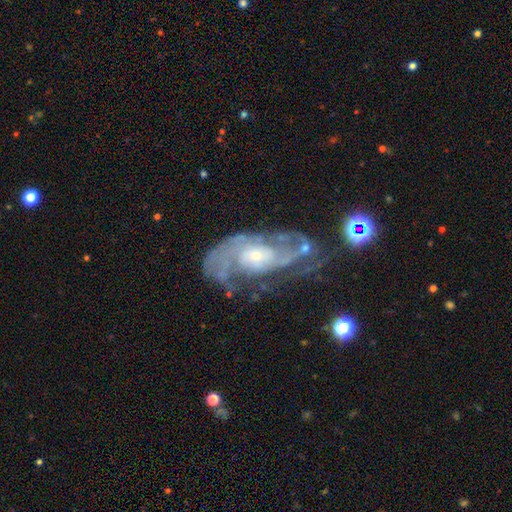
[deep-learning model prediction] A featured or disk galaxy (85%) with no bar (68%), 2 (46%) tight (47%) spiral arms (93%) and a small central bulge (64%).

Vote fractions:
- Smooth or featured? featured or disk: 85% / star or artifact: 8% / smooth: 7%
- Edge-on disk? no: 94% / yes: 6%
- Bar? no: 68% / weak: 25% / strong: 7%
- Spiral arms? yes: 93% / no: 7%
- Spiral winding? tight: 47% / medium: 40% / loose: 13%
- Spiral arm count? 2: 46% / can't tell: 28% / 3: 12% / 1: 5% / 4: 5% / more than 4: 4%
- Bulge size? small: 64% / moderate: 30% / none: 2% / large: 2% / dominant: 1%
- Merging? none: 56% / minor disturbance: 22% / major disturbance: 17% / merger: 5%